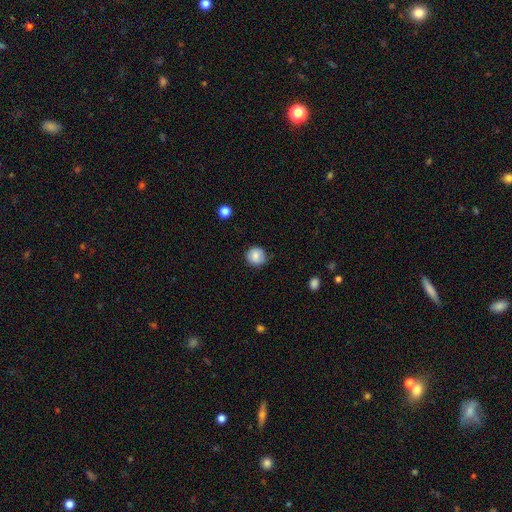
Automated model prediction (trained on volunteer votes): Smooth or featured: smooth — 81% (featured or disk — 11%)
How rounded: round — 89% (in between — 10%)
Merging: none — 79% (minor disturbance — 16%)